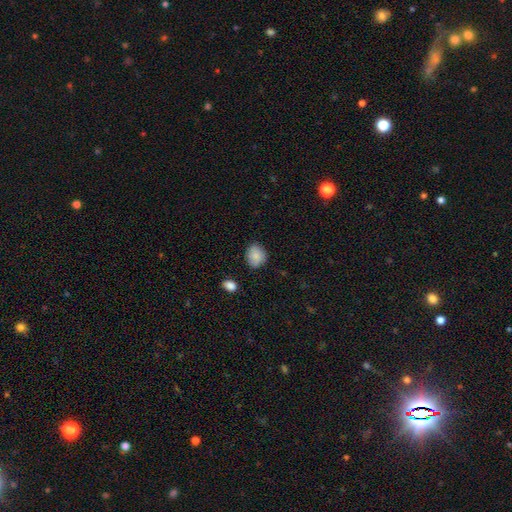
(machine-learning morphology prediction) type=smooth (85%); roundness=round (50%); merging=none (78%).